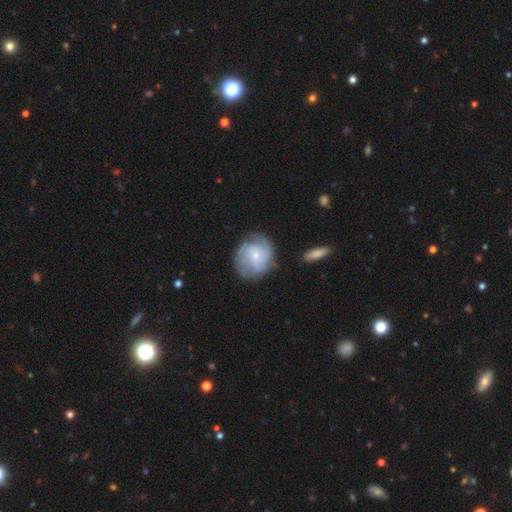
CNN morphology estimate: smooth_or_featured: featured or disk (p=0.70) [alt: smooth p=0.24]
disk_edge_on: no (p=0.98) [alt: yes p=0.02]
bar: no (p=0.61) [alt: weak p=0.33]
has_spiral_arms: yes (p=0.92) [alt: no p=0.08]
spiral_winding: medium (p=0.43) [alt: tight p=0.39]
spiral_arm_count: 2 (p=0.34) [alt: 3 p=0.26]
bulge_size: small (p=0.69) [alt: moderate p=0.24]
merging: none (p=0.71) [alt: minor disturbance p=0.19]